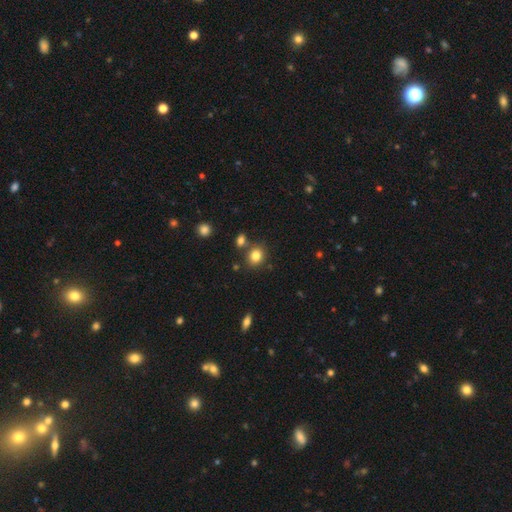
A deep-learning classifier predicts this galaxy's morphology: Smooth or featured?
  - smooth: 83% *
  - star or artifact: 11%
  - featured or disk: 6%
How rounded?
  - round: 69% *
  - in between: 30%
  - cigar-shaped: 1%
Merging?
  - none: 75% *
  - merger: 12%
  - minor disturbance: 10%
  - major disturbance: 3%